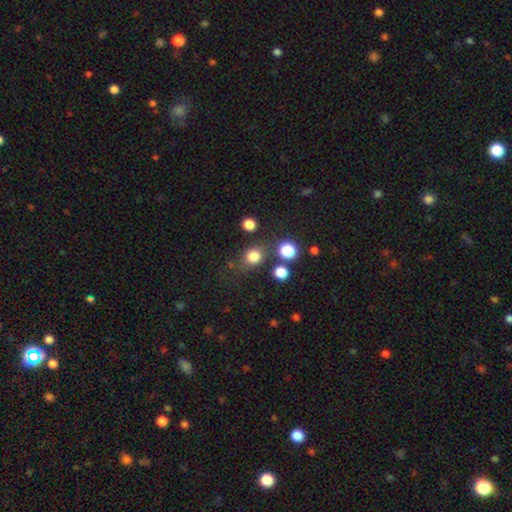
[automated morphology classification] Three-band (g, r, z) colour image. It shows a smooth galaxy with no disk features (80%) that is round (76%). Merging: none (73%).